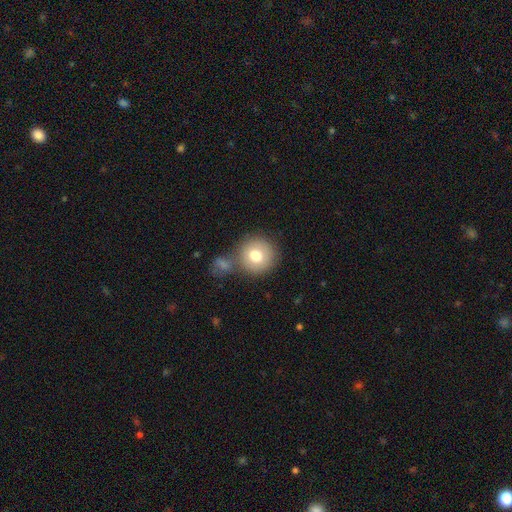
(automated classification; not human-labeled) Smooth or featured? smooth (76%)
How rounded? round (92%)
Merging? none (66%)